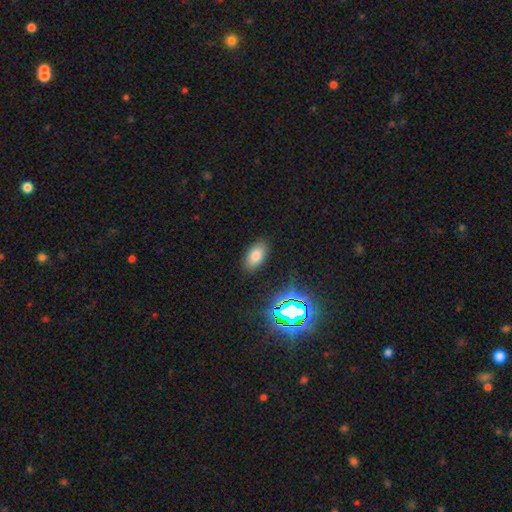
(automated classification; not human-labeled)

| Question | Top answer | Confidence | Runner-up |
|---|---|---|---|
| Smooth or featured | smooth | 74% | star or artifact (17%) |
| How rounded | in between | 93% | round (4%) |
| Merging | none | 86% | minor disturbance (10%) |